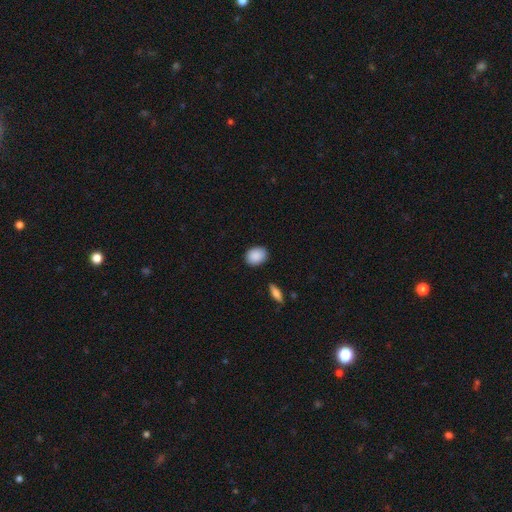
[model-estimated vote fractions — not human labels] This appears to be a smooth galaxy with no disk features (90%) that is in between round and cigar-shaped (58%). Merging: none (87%).